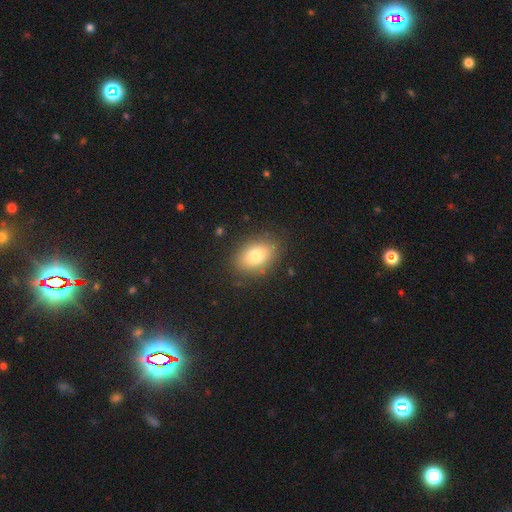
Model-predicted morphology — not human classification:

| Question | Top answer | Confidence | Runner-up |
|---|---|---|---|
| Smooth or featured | smooth | 80% | featured or disk (12%) |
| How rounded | in between | 83% | round (16%) |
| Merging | none | 84% | minor disturbance (11%) |